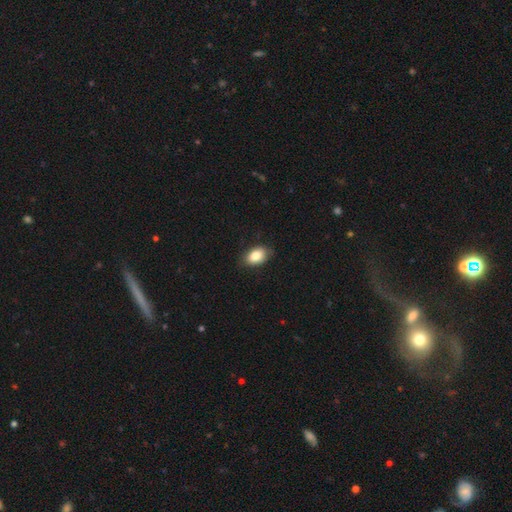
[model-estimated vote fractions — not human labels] Smooth or featured?
  - smooth: 84% *
  - star or artifact: 8%
  - featured or disk: 8%
How rounded?
  - in between: 86% *
  - round: 13%
  - cigar-shaped: 1%
Merging?
  - none: 82% *
  - minor disturbance: 15%
  - major disturbance: 3%
  - merger: 1%